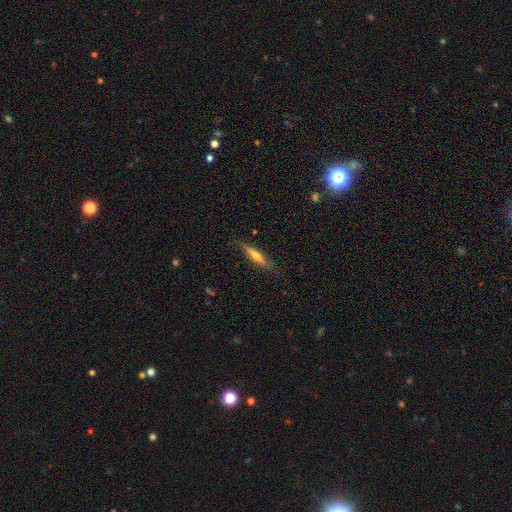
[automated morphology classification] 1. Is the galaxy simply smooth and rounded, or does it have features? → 53% smooth, 41% featured or disk, 6% star or artifact.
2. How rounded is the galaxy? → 87% cigar-shaped, 12% in between, 2% round.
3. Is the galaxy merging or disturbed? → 81% none, 14% minor disturbance, 3% major disturbance, 1% merger.